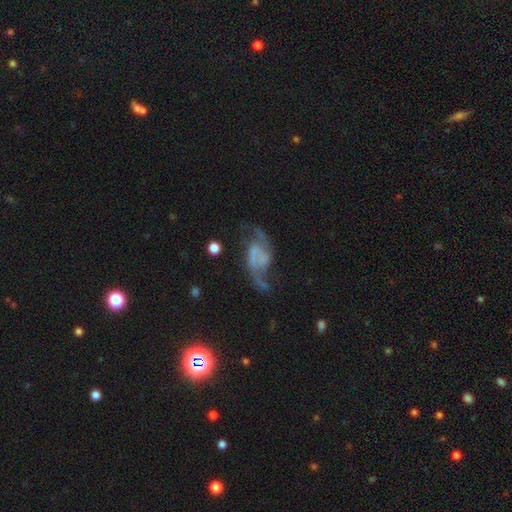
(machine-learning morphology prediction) featured or disk 76%, smooth 12%, star or artifact 12%. Down the decision tree: edge-on disk — no (96%); bar — no (51%); spiral arms — yes (87%); spiral arm count — 2 (86%); spiral winding — loose (64%); bulge size — none (67%); merging — none (50%).